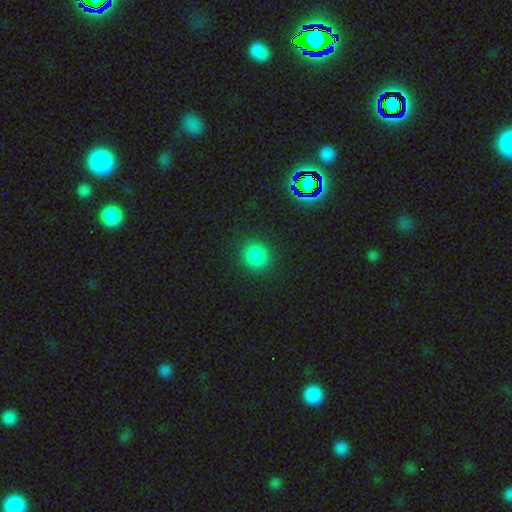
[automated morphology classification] type=smooth (84%); roundness=round (87%); merging=none (89%).